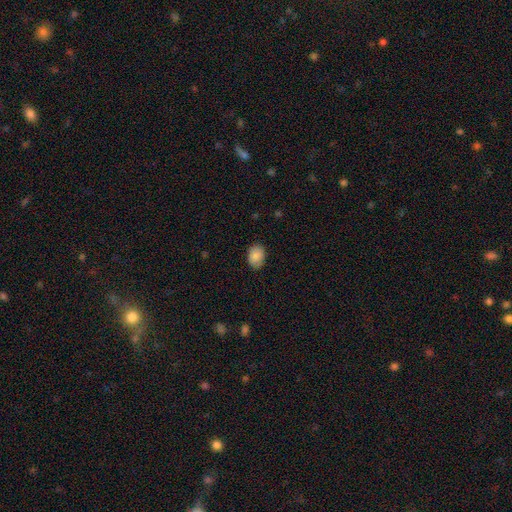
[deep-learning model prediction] Overall: smooth (88%). How rounded: in between (76%). Merging: none (82%).